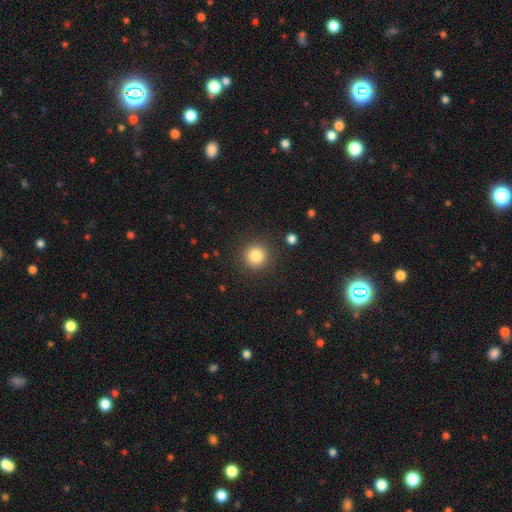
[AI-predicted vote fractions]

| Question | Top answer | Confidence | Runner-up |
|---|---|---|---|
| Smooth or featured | smooth | 83% | star or artifact (11%) |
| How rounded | round | 94% | in between (5%) |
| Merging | none | 89% | minor disturbance (7%) |